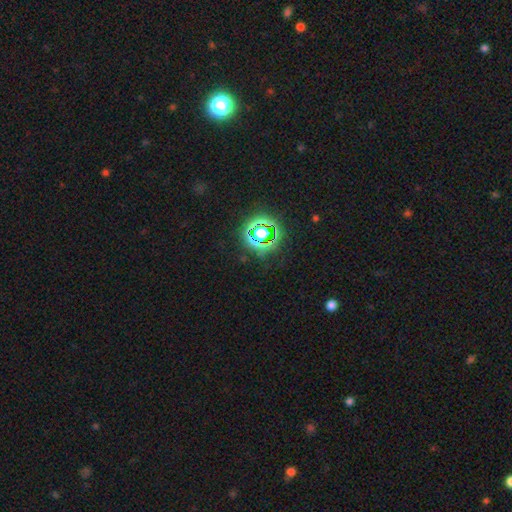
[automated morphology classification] The model was most divided on "smooth or featured": star or artifact: 77%, smooth: 17%, featured or disk: 6%.